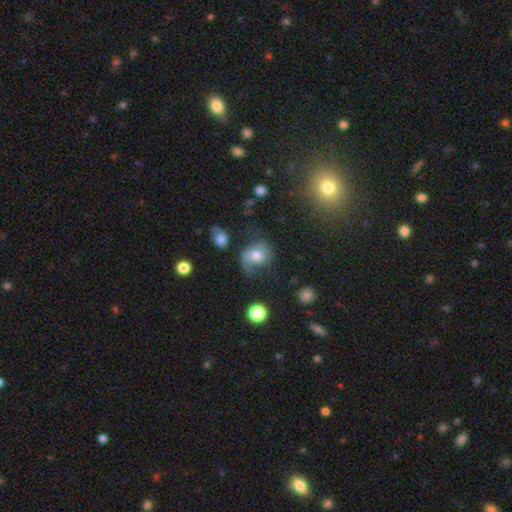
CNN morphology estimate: The model was most divided on "smooth or featured": smooth: 48%, featured or disk: 41%, star or artifact: 11%. Remaining: merging — none (46%).